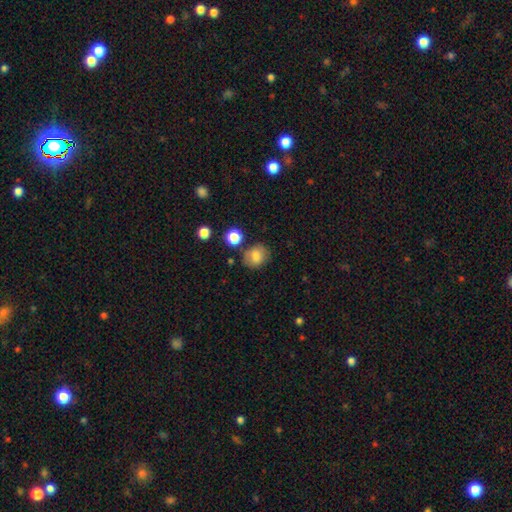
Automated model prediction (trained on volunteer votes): This is likely a smooth galaxy (77%). How rounded: likely round (67%). Merging: likely none (75%).